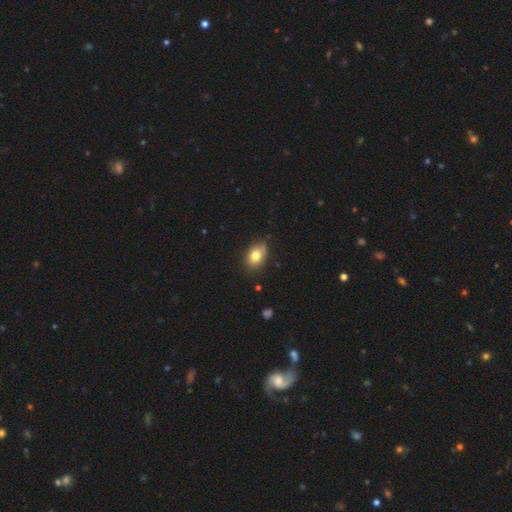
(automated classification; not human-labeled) A smooth galaxy with no disk features (78%) that is in between round and cigar-shaped (78%). Merging: none (73%).